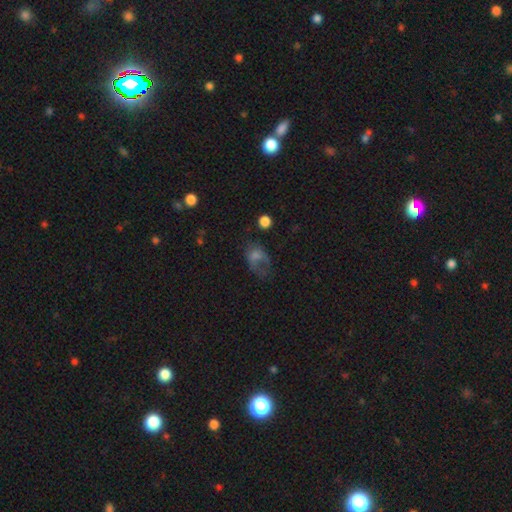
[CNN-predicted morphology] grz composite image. It shows a smooth galaxy with no disk features (53%) that is in between round and cigar-shaped (74%). Merging: major disturbance (43%).